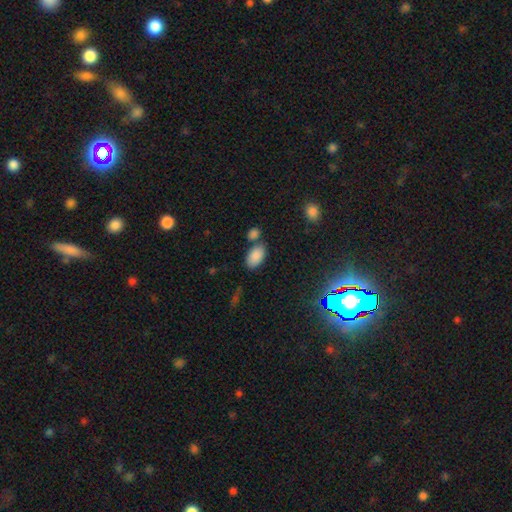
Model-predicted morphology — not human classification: This is clearly a smooth galaxy (87%). How rounded: clearly in between (94%). Merging: likely none (64%).